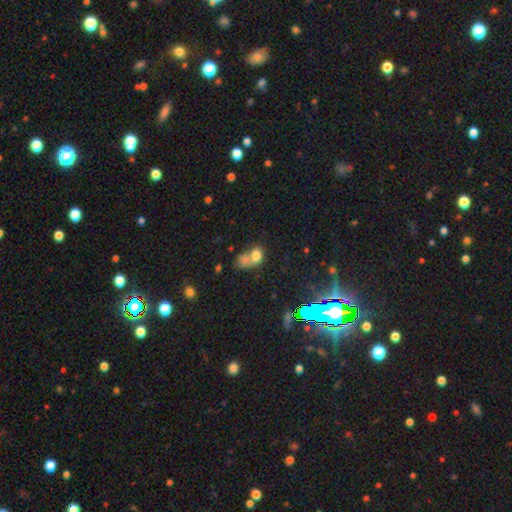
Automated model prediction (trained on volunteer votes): Smooth or featured: smooth — 72% (star or artifact — 15%)
How rounded: in between — 66% (round — 33%)
Merging: merger — 59% (none — 24%)